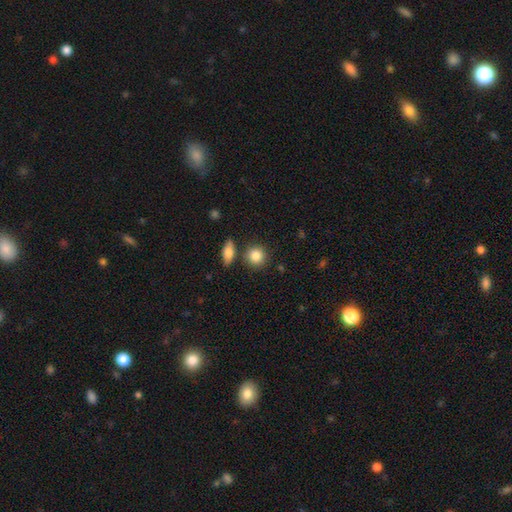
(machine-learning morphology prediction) The model was most divided on "merging": none: 79%, merger: 9%, minor disturbance: 9%, major disturbance: 3%. More confident: how rounded — round (85%); smooth or featured — smooth (84%).